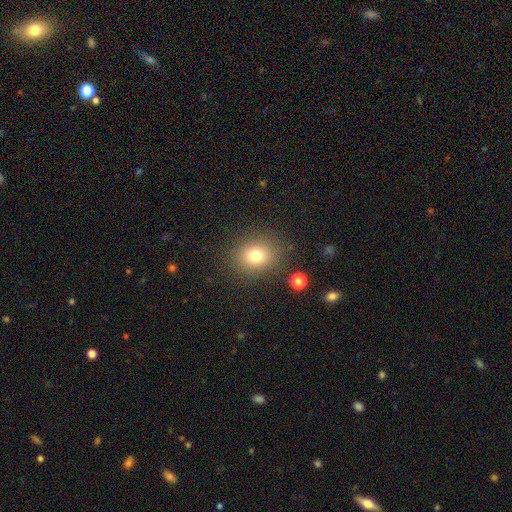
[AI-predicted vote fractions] smooth-or-featured: smooth: 76% | star or artifact: 14% | featured or disk: 10%
  how-rounded: round: 58% | in between: 41% | cigar-shaped: 1%
  merging: none: 84% | minor disturbance: 10% | major disturbance: 4% | merger: 2%